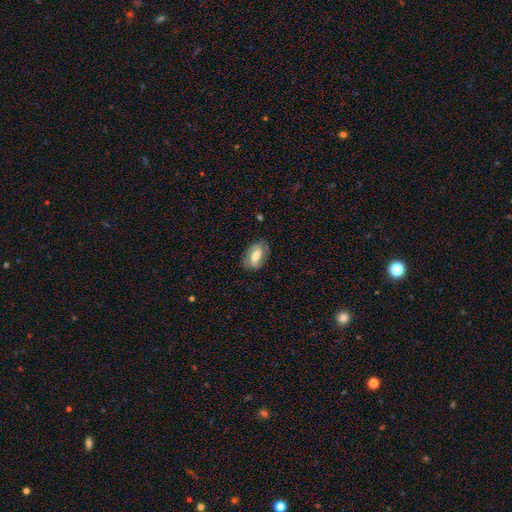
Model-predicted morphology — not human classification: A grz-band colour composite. It shows a smooth galaxy with no disk features (49%). Merging: none (77%).